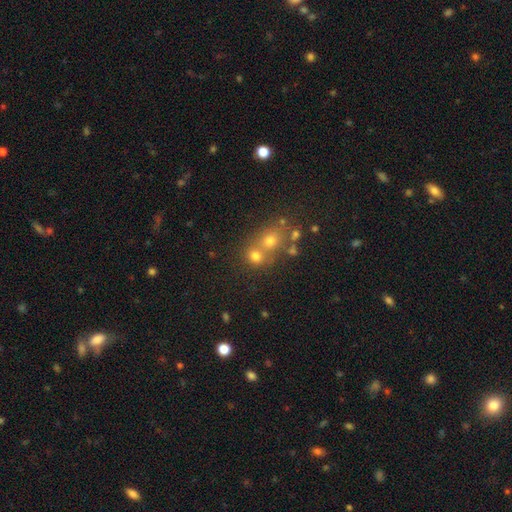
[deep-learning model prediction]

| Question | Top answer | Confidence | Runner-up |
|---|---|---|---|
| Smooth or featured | smooth | 48% | star or artifact (36%) |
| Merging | none | 46% | merger (43%) |